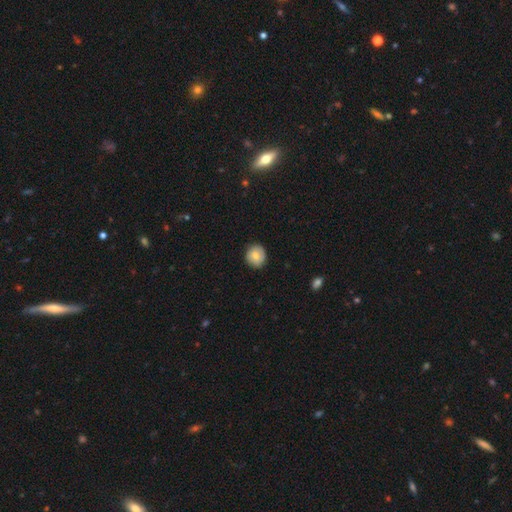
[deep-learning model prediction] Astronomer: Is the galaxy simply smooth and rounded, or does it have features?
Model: smooth — 76%.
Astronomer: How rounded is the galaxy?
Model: round — 89%.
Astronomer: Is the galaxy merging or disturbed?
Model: none — 87%.